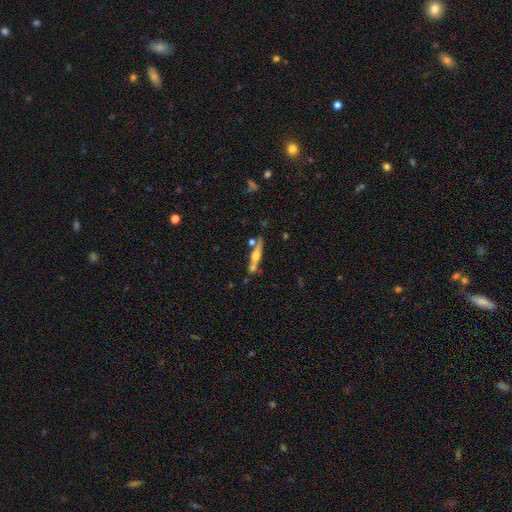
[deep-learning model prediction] Smooth or featured?
  - featured or disk: 61% *
  - smooth: 32%
  - star or artifact: 7%
Edge-on disk?
  - yes: 92% *
  - no: 8%
Edge-on bulge?
  - rounded: 90% *
  - boxy: 6%
  - none: 5%
Merging?
  - none: 65% *
  - merger: 16%
  - minor disturbance: 15%
  - major disturbance: 4%